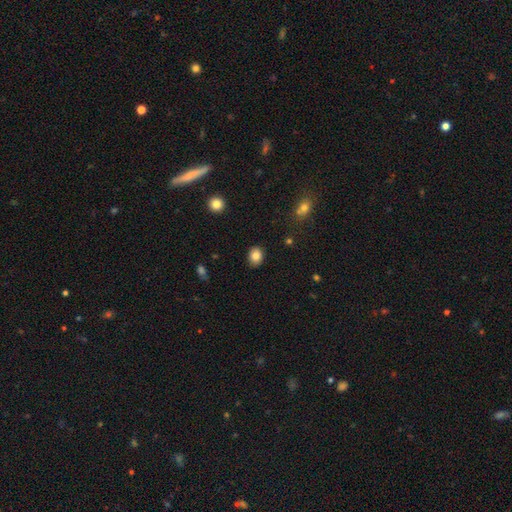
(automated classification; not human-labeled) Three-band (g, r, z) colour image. It shows a smooth galaxy with no disk features (83%) that is in between round and cigar-shaped (52%). Merging: none (89%).